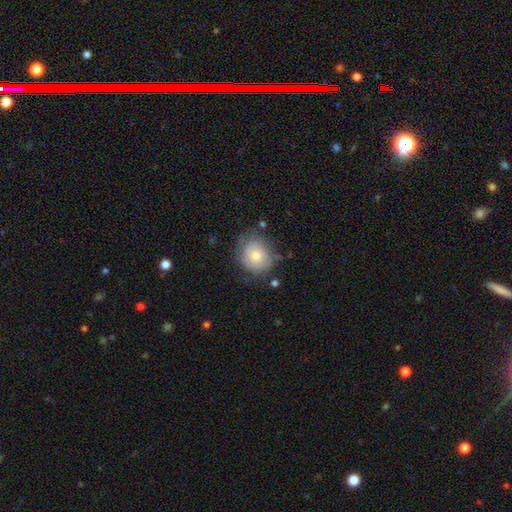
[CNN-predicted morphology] The model was most divided on "merging": none: 61%, minor disturbance: 26%, major disturbance: 10%, merger: 3%. More confident: how rounded — round (81%); smooth or featured — smooth (66%).